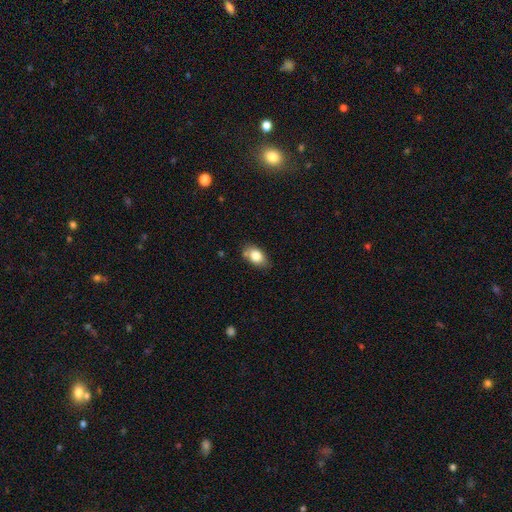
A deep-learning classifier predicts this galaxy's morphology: smooth_or_featured: smooth (p=0.82) [alt: featured or disk p=0.10]
how_rounded: in between (p=0.86) [alt: round p=0.13]
merging: none (p=0.70) [alt: minor disturbance p=0.22]